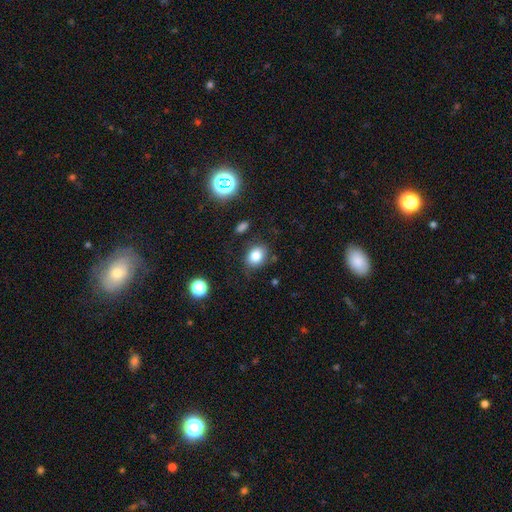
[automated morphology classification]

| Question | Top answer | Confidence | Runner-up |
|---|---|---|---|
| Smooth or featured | smooth | 81% | star or artifact (11%) |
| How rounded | in between | 55% | round (44%) |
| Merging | none | 81% | minor disturbance (13%) |